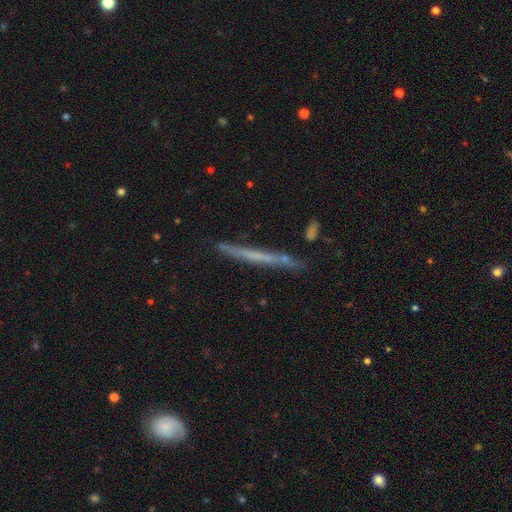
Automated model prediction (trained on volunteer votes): Smooth or featured: featured or disk — 50% (smooth — 43%)
Merging: none — 79% (minor disturbance — 14%)